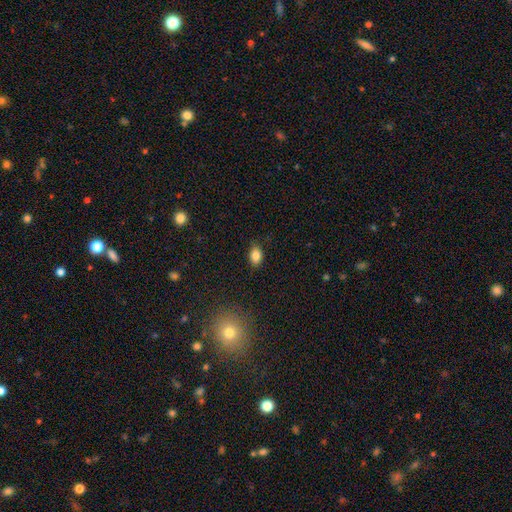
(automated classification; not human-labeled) This appears to be a smooth galaxy with no disk features (84%) that is in between round and cigar-shaped (83%). Merging: none (84%).